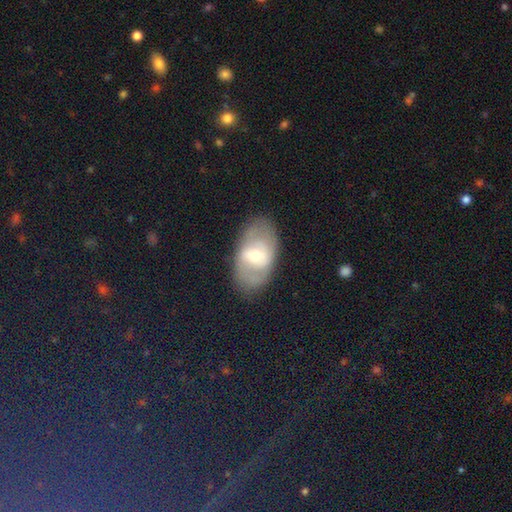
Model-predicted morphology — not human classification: Overall: featured or disk (60%; smooth 33%). Edge-on disk: no (92%). Bar: weak (47%; strong 29%). Spiral arms: yes (55%; no 45%). Bulge size: moderate (54%; small 37%). Merging: none (79%).